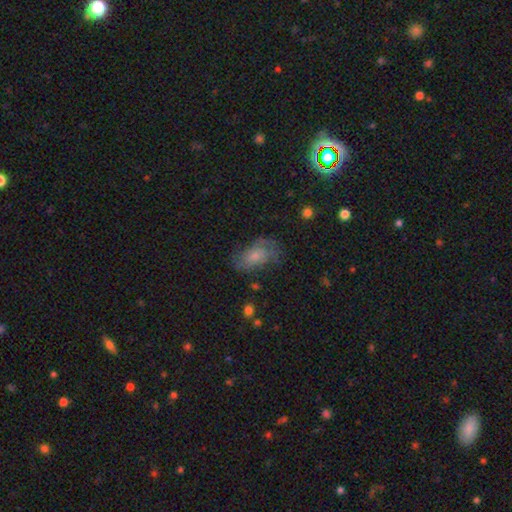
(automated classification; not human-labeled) smooth_or_featured: featured or disk (p=0.54) [alt: smooth p=0.36]
disk_edge_on: no (p=0.95) [alt: yes p=0.05]
bar: no (p=0.72) [alt: weak p=0.24]
has_spiral_arms: yes (p=0.83) [alt: no p=0.17]
bulge_size: small (p=0.47) [alt: moderate p=0.34]
merging: none (p=0.60) [alt: minor disturbance p=0.23]